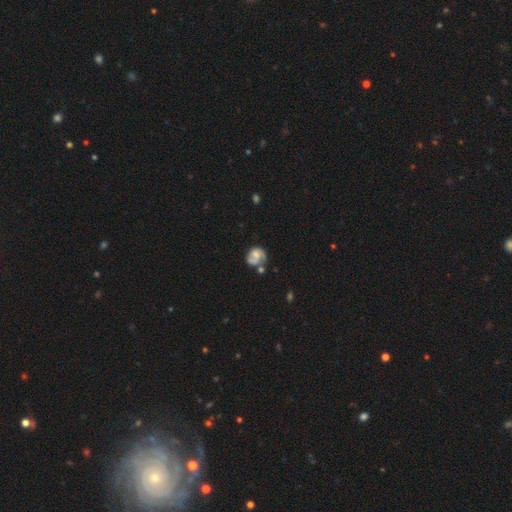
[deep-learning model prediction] This appears to be a featured or disk galaxy (62%) with no bar (67%), spiral arms (80%) and a moderate central bulge (38%). Merging: none (44%).